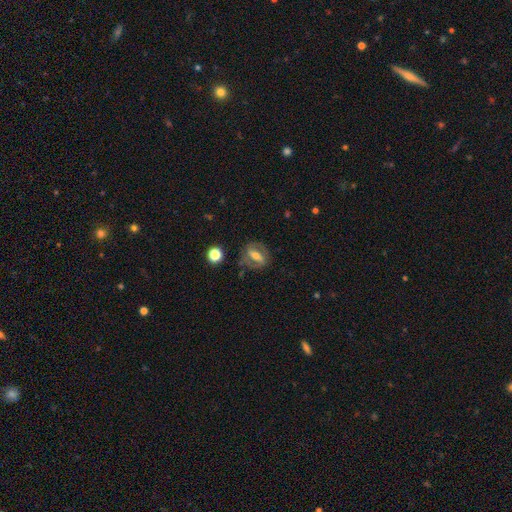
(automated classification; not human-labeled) smooth-or-featured: featured or disk: 64% | smooth: 28% | star or artifact: 8%
  disk-edge-on: no: 87% | yes: 13%
    bar: strong: 61% | weak: 24% | no: 14%
    has-spiral-arms: yes: 61% | no: 39%
    bulge-size: moderate: 56% | small: 33% | large: 7% | none: 3% | dominant: 2%
  merging: none: 74% | minor disturbance: 16% | major disturbance: 8% | merger: 3%